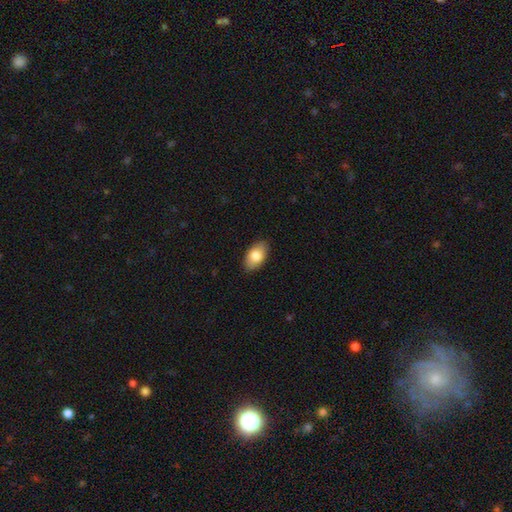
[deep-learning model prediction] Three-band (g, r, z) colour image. It shows a smooth galaxy with no disk features (82%) that is in between round and cigar-shaped (93%). Merging: none (88%).